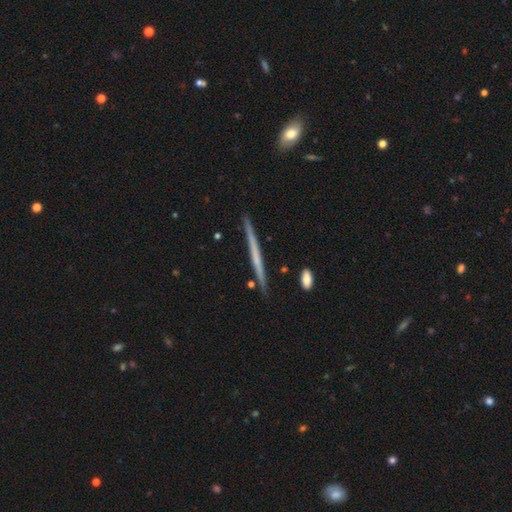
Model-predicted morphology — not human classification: Smooth or featured?
  - featured or disk: 58% *
  - smooth: 37%
  - star or artifact: 6%
Edge-on disk?
  - yes: 97% *
  - no: 3%
Edge-on bulge?
  - none: 86% *
  - rounded: 10%
  - boxy: 4%
Merging?
  - none: 89% *
  - minor disturbance: 8%
  - merger: 2%
  - major disturbance: 1%